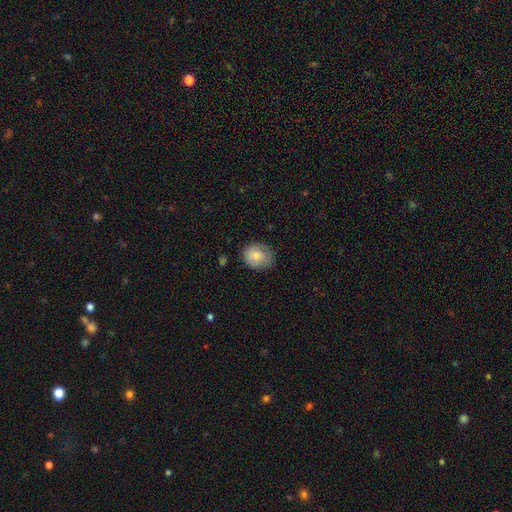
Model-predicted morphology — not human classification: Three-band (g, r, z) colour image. It shows a smooth galaxy with no disk features (78%) that is round (67%). Merging: none (70%).